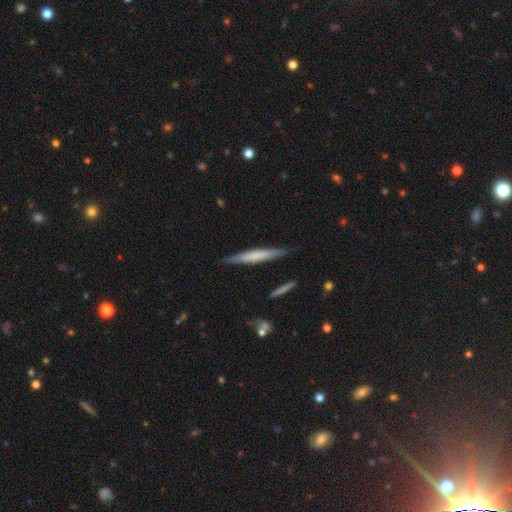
Overall: smooth (55%; featured or disk 35%). How rounded: cigar-shaped (100%). Merging: none (92%).